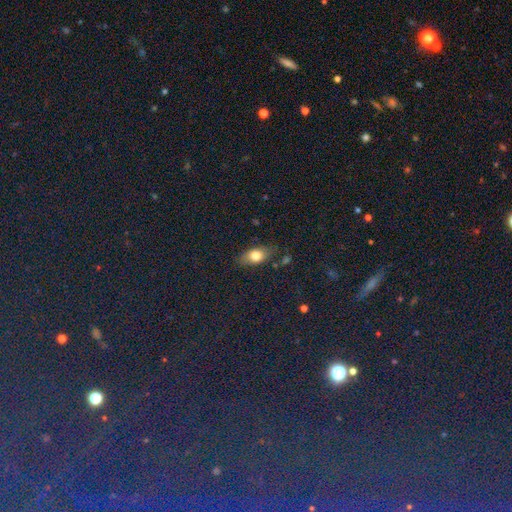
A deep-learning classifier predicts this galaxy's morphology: smooth 76%, featured or disk 14%, star or artifact 10%. Down the decision tree: how rounded — in between (81%); merging — none (78%).